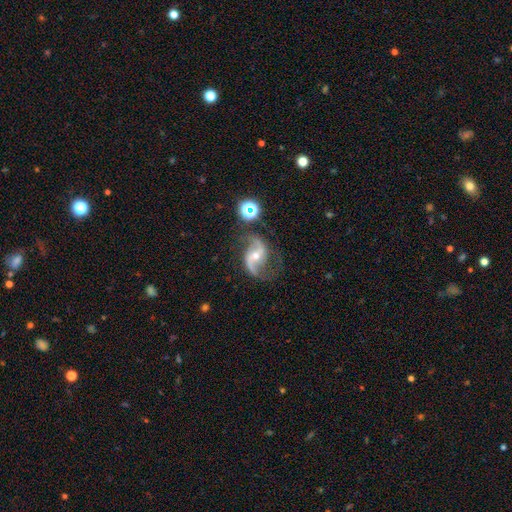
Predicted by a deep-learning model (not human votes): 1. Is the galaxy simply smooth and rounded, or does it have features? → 88% featured or disk, 7% star or artifact, 4% smooth.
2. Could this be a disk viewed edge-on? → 97% no, 3% yes.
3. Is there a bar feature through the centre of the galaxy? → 38% no, 34% weak, 28% strong.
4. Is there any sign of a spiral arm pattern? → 97% yes, 3% no.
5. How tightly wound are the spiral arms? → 69% loose, 26% medium, 5% tight.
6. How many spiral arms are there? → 93% 2, 2% 1, 2% can't tell, 1% 3, 1% 4, 1% more than 4.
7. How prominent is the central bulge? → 52% moderate, 43% small, 2% large, 1% none, 1% dominant.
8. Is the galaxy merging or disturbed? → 73% none, 16% minor disturbance, 9% major disturbance, 3% merger.